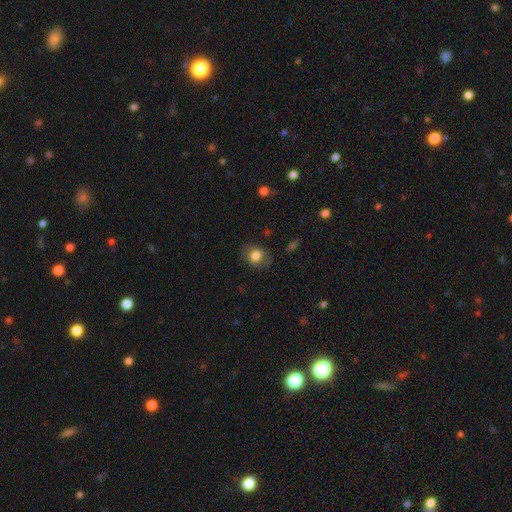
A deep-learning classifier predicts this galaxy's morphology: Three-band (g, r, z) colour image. It shows a smooth galaxy with no disk features (79%) that is round (62%). Merging: none (78%).